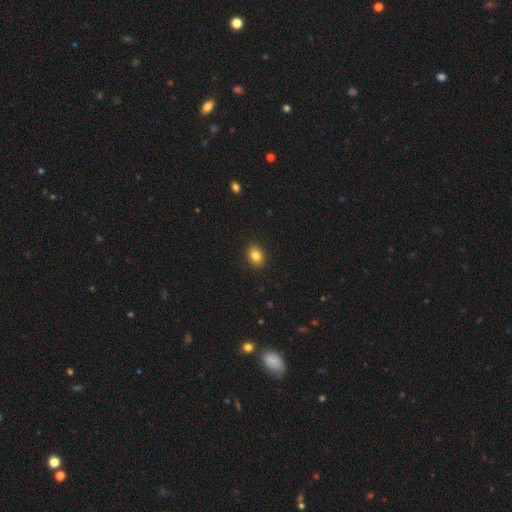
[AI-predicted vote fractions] Smooth or featured? smooth (84%)
How rounded? in between (61%)
Merging? none (90%)